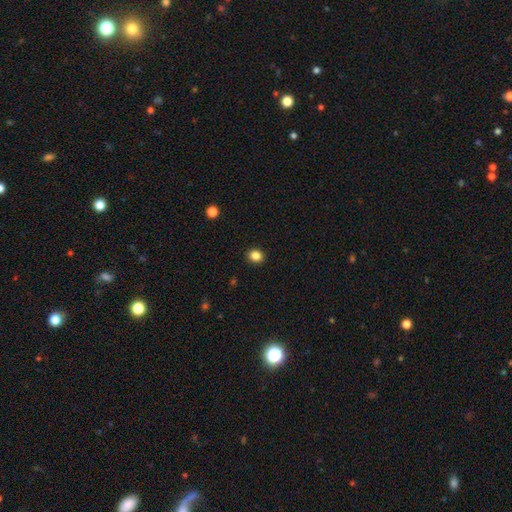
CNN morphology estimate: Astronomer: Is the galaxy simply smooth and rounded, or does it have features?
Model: smooth — 85%.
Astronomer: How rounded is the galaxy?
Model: round — 70%.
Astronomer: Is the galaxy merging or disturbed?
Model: none — 91%.